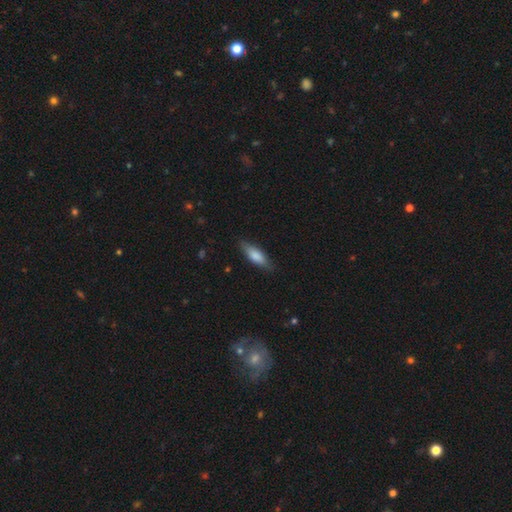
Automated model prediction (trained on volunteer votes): Smooth or featured: smooth — 78% (featured or disk — 16%)
How rounded: in between — 61% (cigar-shaped — 37%)
Merging: none — 81% (minor disturbance — 15%)